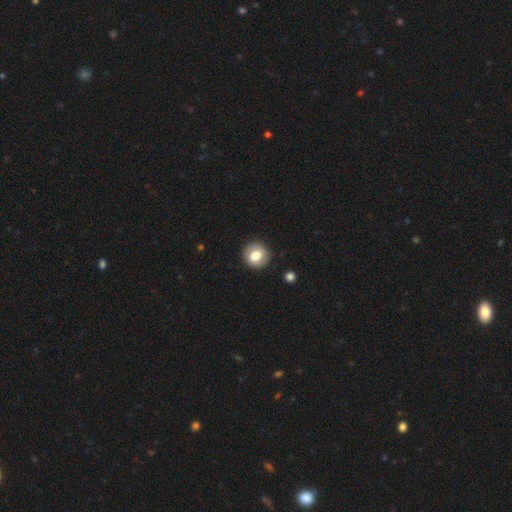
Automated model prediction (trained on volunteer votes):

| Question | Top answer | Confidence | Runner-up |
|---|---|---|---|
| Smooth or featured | smooth | 76% | featured or disk (16%) |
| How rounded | round | 88% | in between (11%) |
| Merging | none | 89% | minor disturbance (7%) |